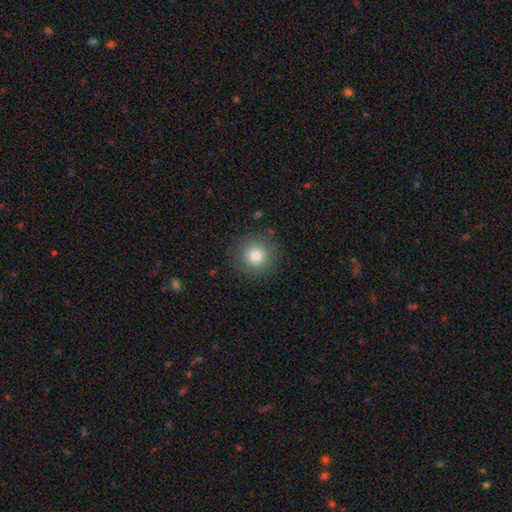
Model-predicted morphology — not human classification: Smooth or featured?
  - smooth: 81% *
  - star or artifact: 11%
  - featured or disk: 8%
How rounded?
  - round: 95% *
  - in between: 4%
  - cigar-shaped: 1%
Merging?
  - none: 89% *
  - minor disturbance: 7%
  - major disturbance: 3%
  - merger: 1%